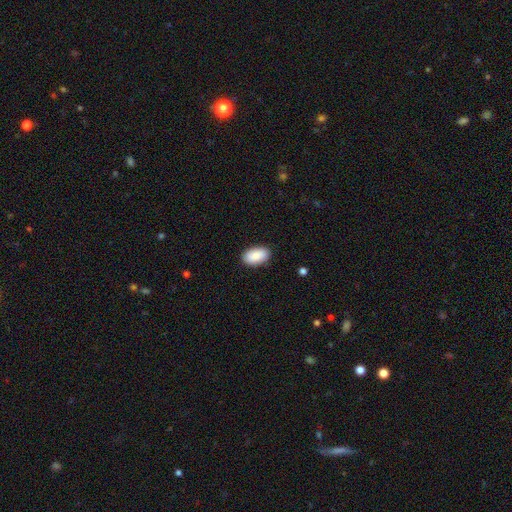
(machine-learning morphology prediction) smooth 89%, star or artifact 6%, featured or disk 5%. Down the decision tree: how rounded — in between (95%); merging — none (88%).